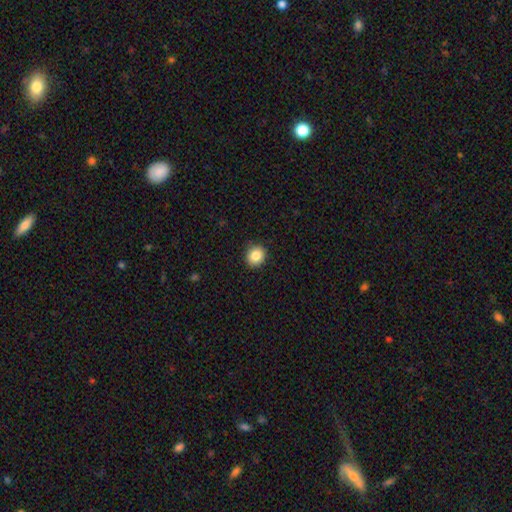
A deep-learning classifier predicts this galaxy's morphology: smooth_or_featured: smooth (p=0.84) [alt: star or artifact p=0.10]
how_rounded: round (p=0.83) [alt: in between p=0.16]
merging: none (p=0.89) [alt: minor disturbance p=0.08]